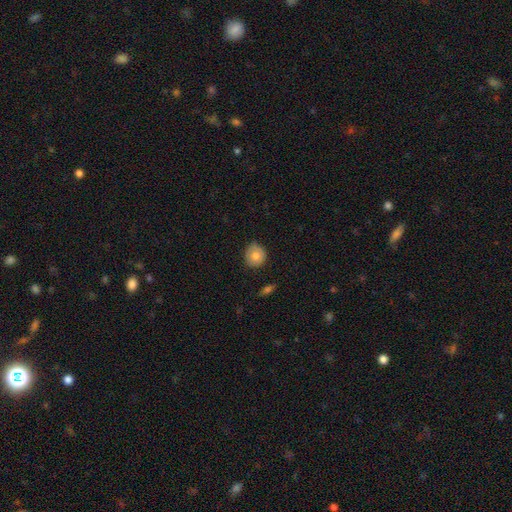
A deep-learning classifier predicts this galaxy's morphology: smooth-or-featured: smooth: 79% | featured or disk: 13% | star or artifact: 8%
  how-rounded: round: 84% | in between: 15% | cigar-shaped: 1%
  merging: none: 77% | minor disturbance: 19% | major disturbance: 3% | merger: 1%